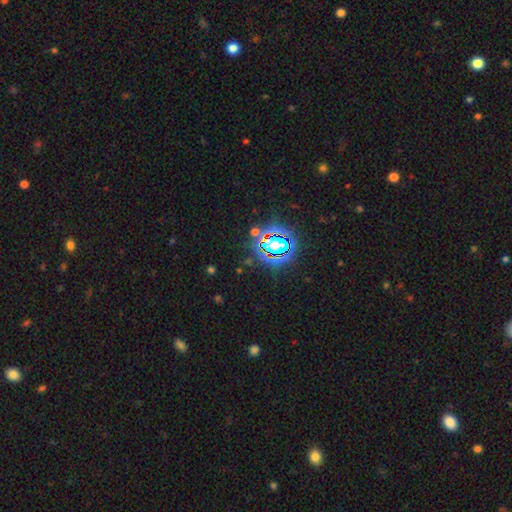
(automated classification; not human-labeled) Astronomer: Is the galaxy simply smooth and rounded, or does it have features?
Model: star or artifact — 84%.